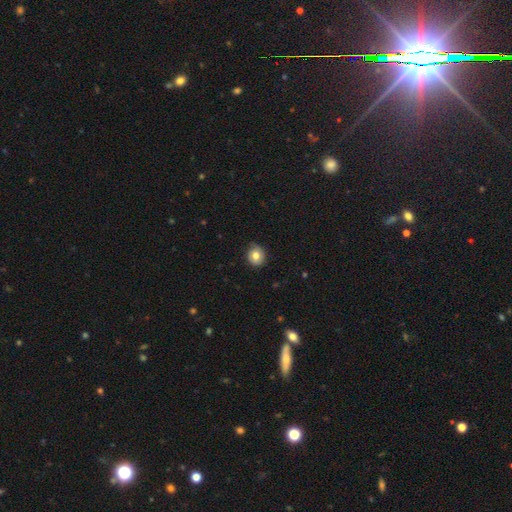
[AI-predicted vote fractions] This appears to be a smooth galaxy with no disk features (78%) that is round (80%). Merging: none (80%).